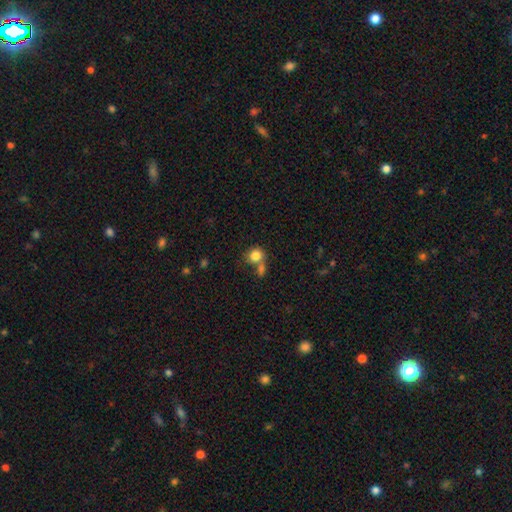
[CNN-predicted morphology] smooth-or-featured: smooth: 82% | star or artifact: 10% | featured or disk: 8%
  how-rounded: round: 75% | in between: 24% | cigar-shaped: 1%
  merging: none: 44% | merger: 38% | minor disturbance: 12% | major disturbance: 6%